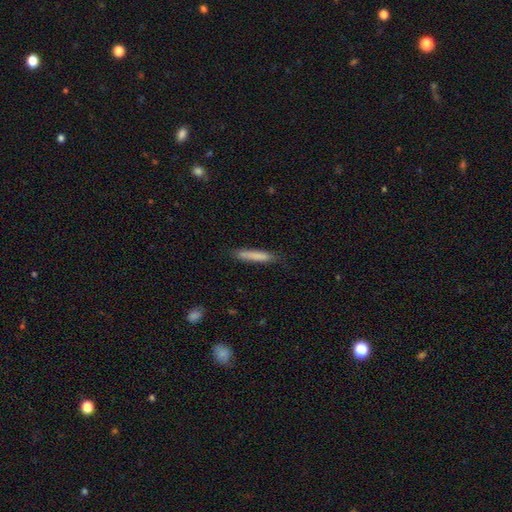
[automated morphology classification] smooth_or_featured: smooth (p=0.79) [alt: featured or disk p=0.15]
how_rounded: cigar-shaped (p=0.93) [alt: in between p=0.05]
merging: none (p=0.81) [alt: minor disturbance p=0.14]